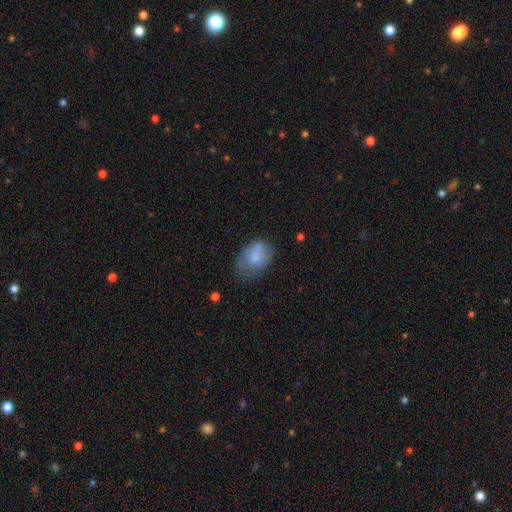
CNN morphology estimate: This appears to be a smooth galaxy with no disk features (73%) that is in between round and cigar-shaped (77%). Merging: none (47%).